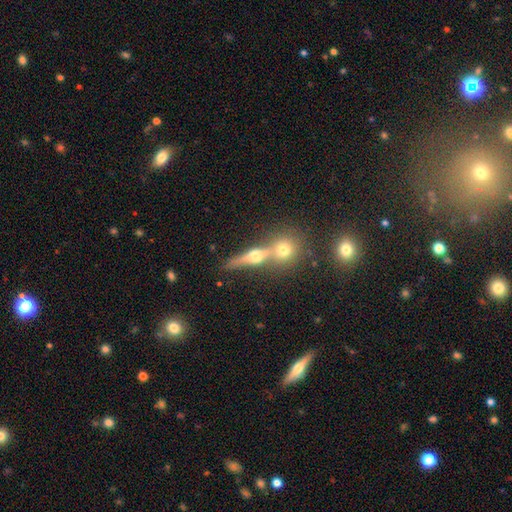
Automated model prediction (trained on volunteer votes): Smooth or featured? Predicted: featured or disk (p=0.52). Edge-on disk? Predicted: yes (p=0.85). Merging? Predicted: none (p=0.50).